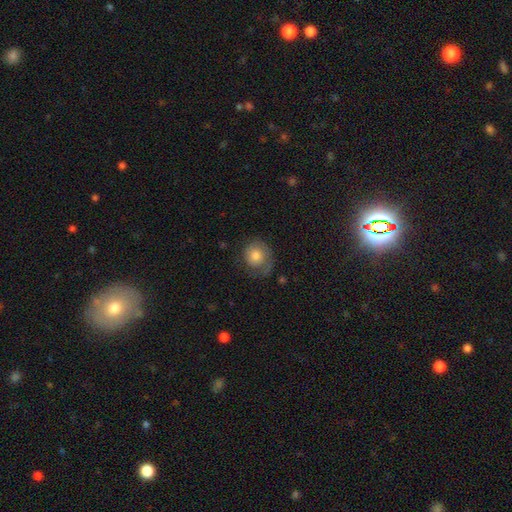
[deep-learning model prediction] A smooth galaxy with no disk features (62%) that is round (71%). Merging: none (54%).